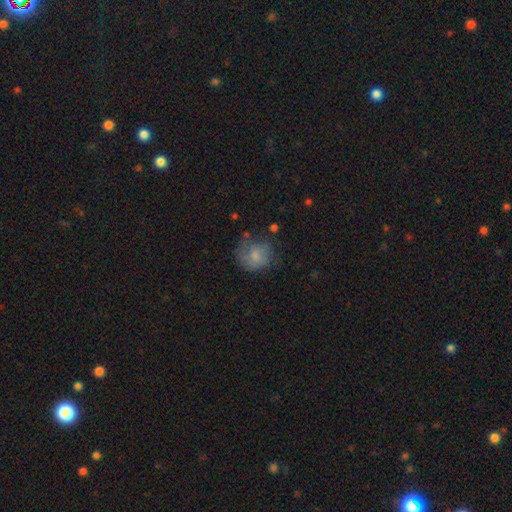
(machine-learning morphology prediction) smooth-or-featured: smooth: 69% | featured or disk: 22% | star or artifact: 9%
  how-rounded: round: 75% | in between: 24% | cigar-shaped: 1%
  merging: none: 52% | minor disturbance: 28% | major disturbance: 18% | merger: 3%